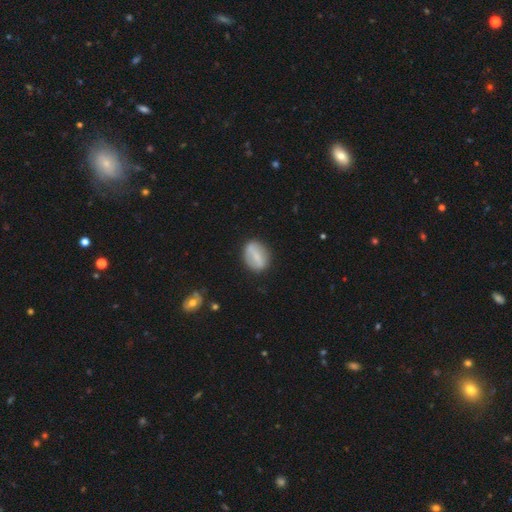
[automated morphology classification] This is possibly a smooth galaxy (55%). How rounded: likely in between (71%). Merging: clearly none (82%).